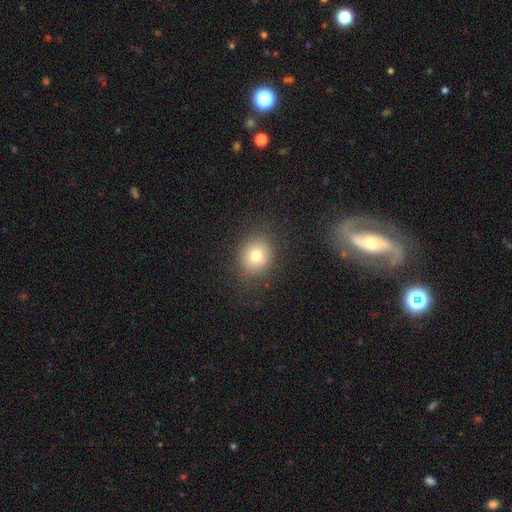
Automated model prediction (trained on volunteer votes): Overall: smooth (74%). How rounded: round (72%). Merging: none (85%).